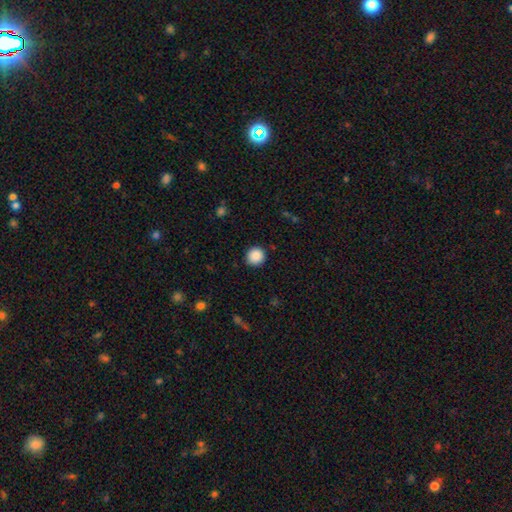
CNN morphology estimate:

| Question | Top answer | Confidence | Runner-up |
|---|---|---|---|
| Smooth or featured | smooth | 88% | star or artifact (9%) |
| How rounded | round | 93% | in between (6%) |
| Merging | none | 90% | minor disturbance (7%) |